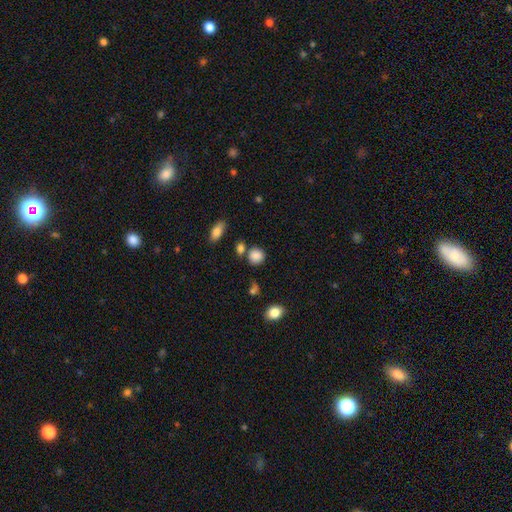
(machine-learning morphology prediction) Q: Smooth or featured?
A: smooth (85%); runner-up: star or artifact (10%)
Q: How rounded?
A: round (83%); runner-up: in between (16%)
Q: Merging?
A: none (72%); runner-up: minor disturbance (13%)